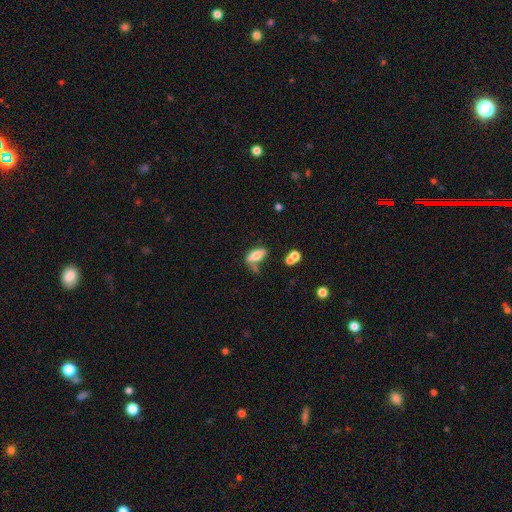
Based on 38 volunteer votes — Q: Smooth or featured?
A: smooth (68%); runner-up: featured or disk (26%)
Q: How rounded?
A: in between (85%); runner-up: cigar-shaped (12%)
Q: Merging?
A: none (50%); runner-up: minor disturbance (22%)